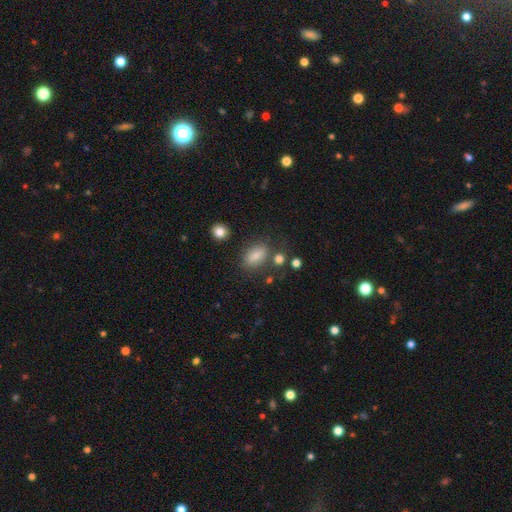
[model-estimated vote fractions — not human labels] Q: Smooth or featured?
A: smooth (82%); runner-up: star or artifact (10%)
Q: How rounded?
A: in between (85%); runner-up: round (12%)
Q: Merging?
A: none (73%); runner-up: minor disturbance (15%)